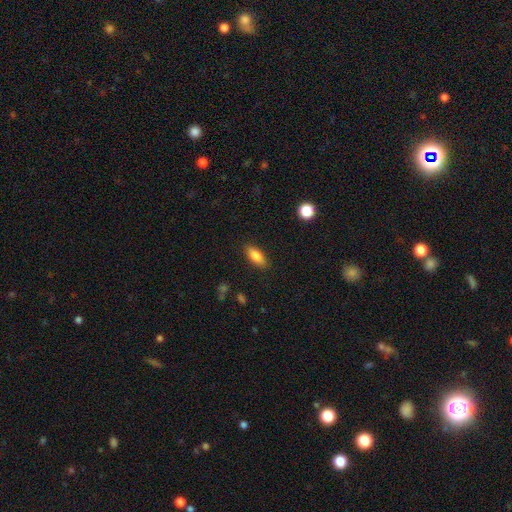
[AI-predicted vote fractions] Smooth or featured? smooth (83%)
How rounded? in between (81%)
Merging? none (86%)